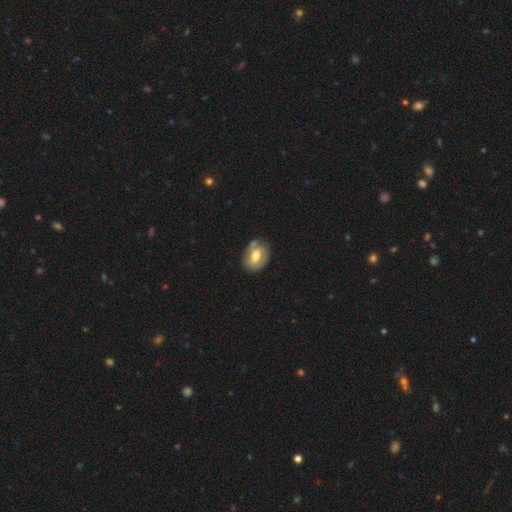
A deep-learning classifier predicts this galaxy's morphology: smooth_or_featured: featured or disk (p=0.50) [alt: smooth p=0.44]
merging: none (p=0.61) [alt: minor disturbance p=0.23]